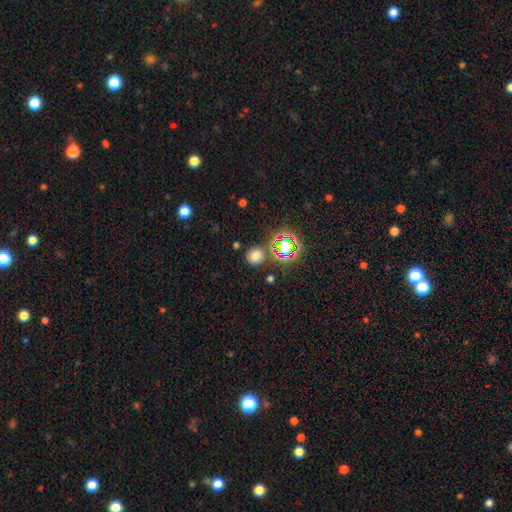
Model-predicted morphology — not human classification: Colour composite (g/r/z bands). It shows a smooth galaxy with no disk features (70%) that is round (82%). Merging: none (82%).